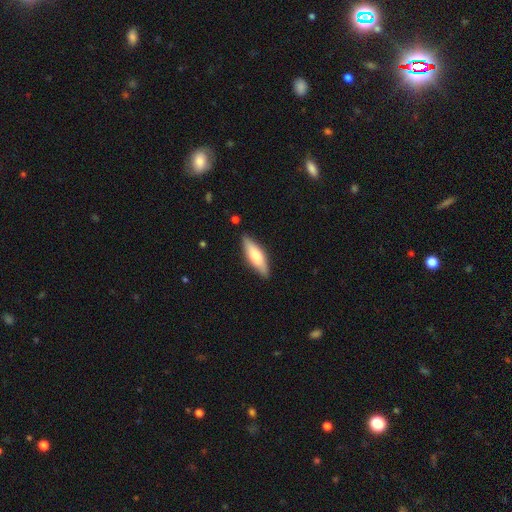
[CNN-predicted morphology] Q: Smooth or featured?
A: smooth (66%); runner-up: featured or disk (29%)
Q: How rounded?
A: cigar-shaped (53%); runner-up: in between (45%)
Q: Merging?
A: none (86%); runner-up: minor disturbance (11%)